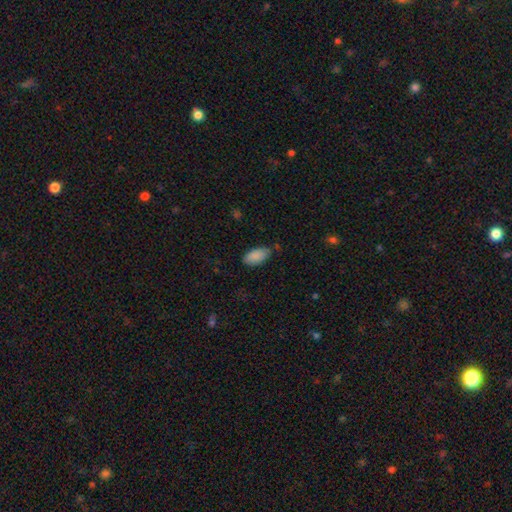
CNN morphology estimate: Smooth or featured?
  - smooth: 89% *
  - star or artifact: 6%
  - featured or disk: 5%
How rounded?
  - in between: 94% *
  - cigar-shaped: 3%
  - round: 2%
Merging?
  - none: 75% *
  - minor disturbance: 20%
  - major disturbance: 4%
  - merger: 2%